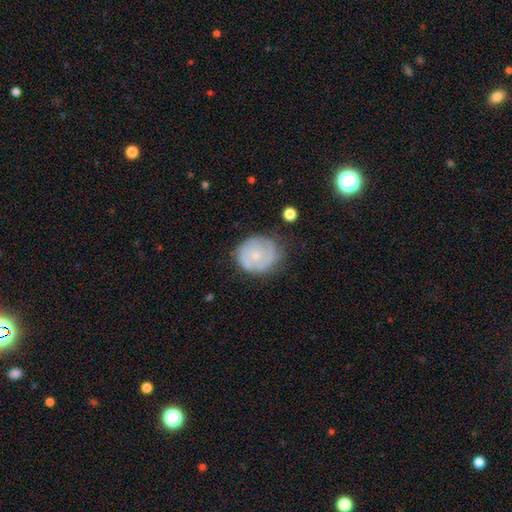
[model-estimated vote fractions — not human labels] Overall: featured or disk (54%; smooth 39%). Edge-on disk: no (97%). Bar: no (83%). Spiral arms: yes (67%; no 33%). Bulge size: small (67%; moderate 27%). Merging: none (60%; minor disturbance 28%).